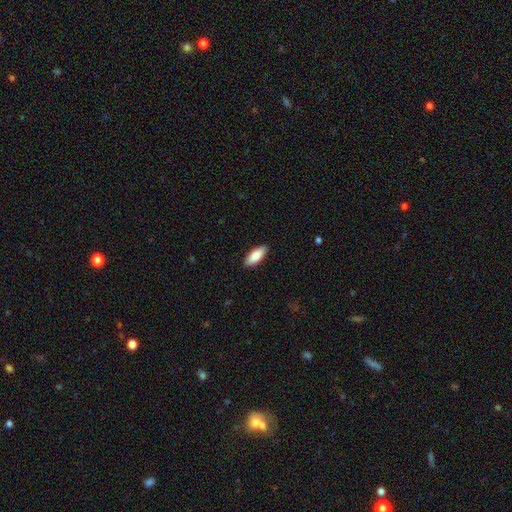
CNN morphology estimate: The model was most divided on "how rounded": in between: 79%, cigar-shaped: 19%, round: 2%. More confident: merging — none (89%); smooth or featured — smooth (85%).